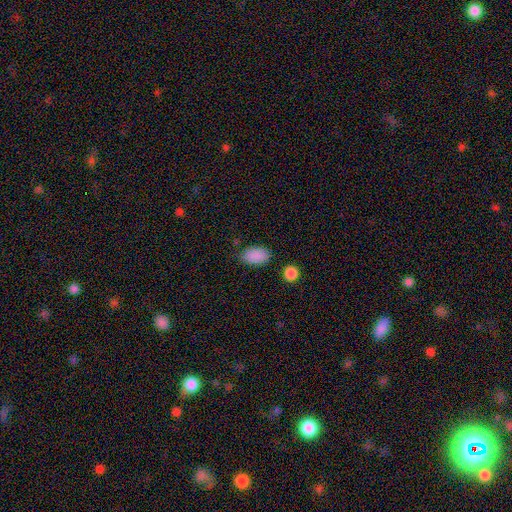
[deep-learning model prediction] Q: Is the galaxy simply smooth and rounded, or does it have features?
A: smooth — 88%.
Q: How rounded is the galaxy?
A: in between — 90%.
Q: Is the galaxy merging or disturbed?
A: none — 75%.